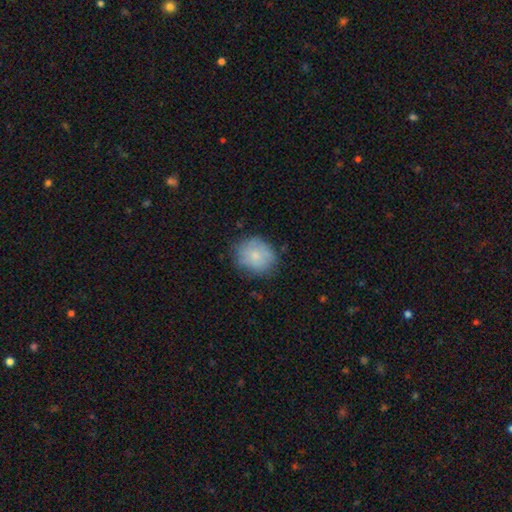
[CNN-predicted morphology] Overall: smooth (77%). How rounded: round (74%). Merging: none (72%).